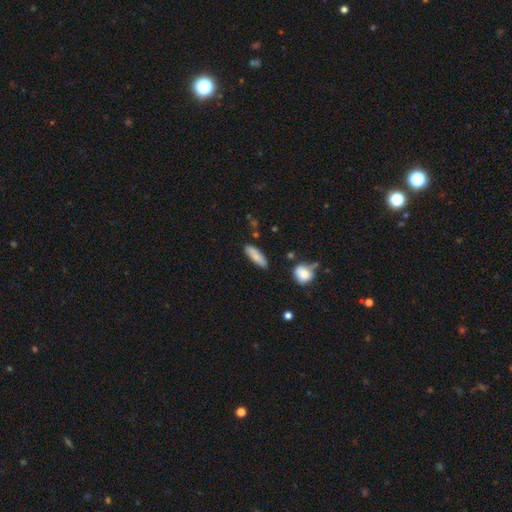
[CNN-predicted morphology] type=smooth (81%); roundness=cigar-shaped (52%); merging=none (81%).